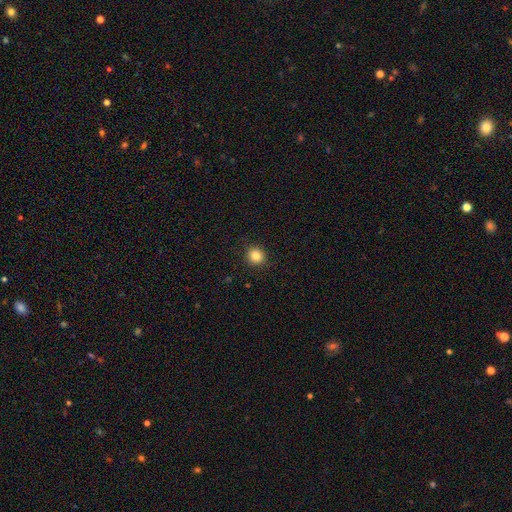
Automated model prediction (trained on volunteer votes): smooth-or-featured: smooth: 85% | star or artifact: 11% | featured or disk: 4%
  how-rounded: round: 91% | in between: 8% | cigar-shaped: 1%
  merging: none: 91% | minor disturbance: 6% | major disturbance: 2% | merger: 1%